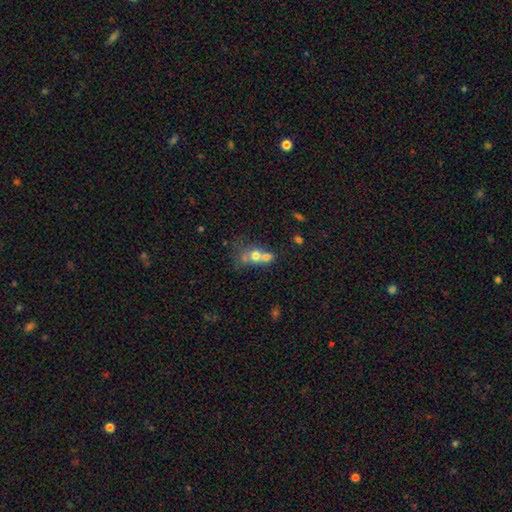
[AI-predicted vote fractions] Overall: smooth (63%; featured or disk 25%). How rounded: round (56%; in between 42%). Merging: merger (69%).